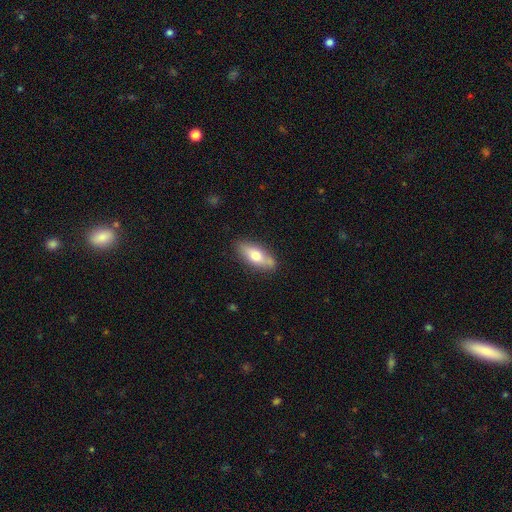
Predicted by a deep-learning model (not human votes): Morphology: type=smooth (67%); roundness=in between (73%); merging=none (77%).